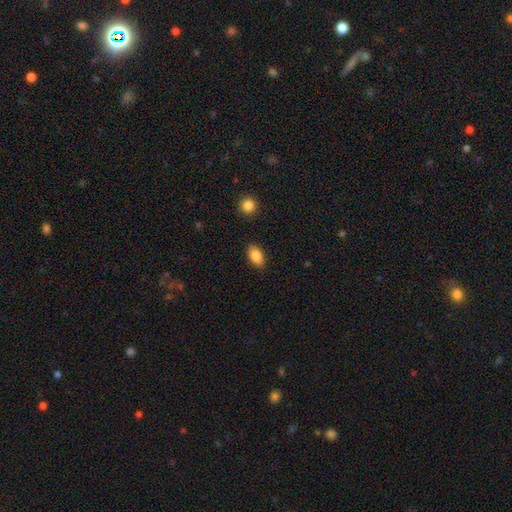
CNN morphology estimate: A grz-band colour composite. It shows a smooth galaxy with no disk features (86%) that is in between round and cigar-shaped (90%). Merging: none (87%).